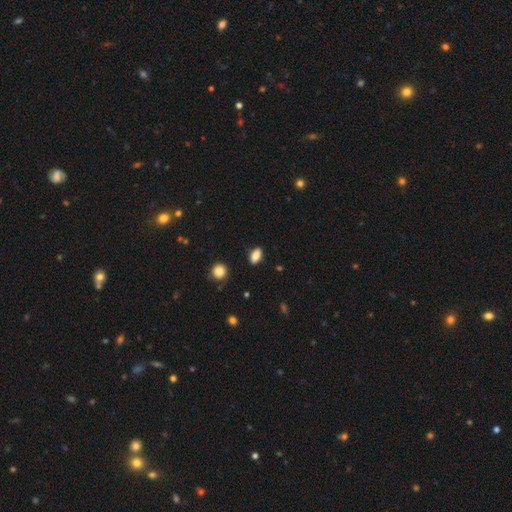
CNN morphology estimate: A smooth galaxy with no disk features (79%) that is in between round and cigar-shaped (86%). Merging: none (87%).